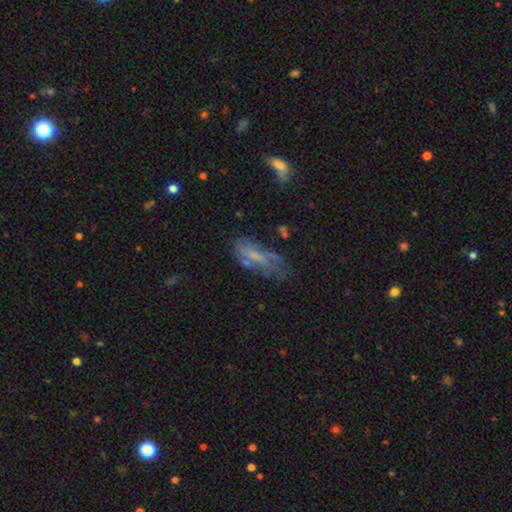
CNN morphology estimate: type=smooth (50%); merging=none (46%).